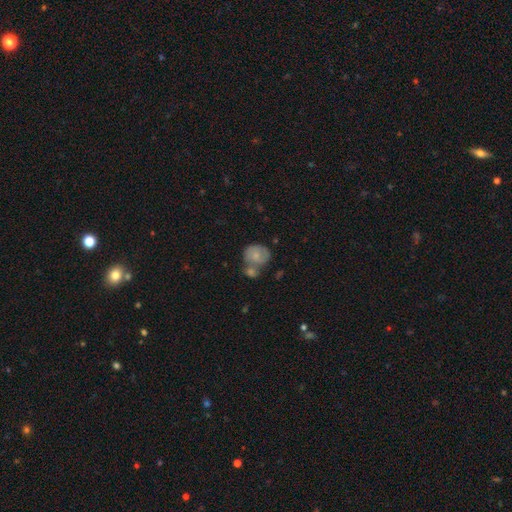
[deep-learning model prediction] A smooth galaxy with no disk features (70%) that is round (67%).

Vote fractions:
- Smooth or featured? smooth: 70% / featured or disk: 22% / star or artifact: 7%
- How rounded? round: 67% / in between: 32% / cigar-shaped: 1%
- Merging? merger: 42% / none: 37% / minor disturbance: 15% / major disturbance: 6%